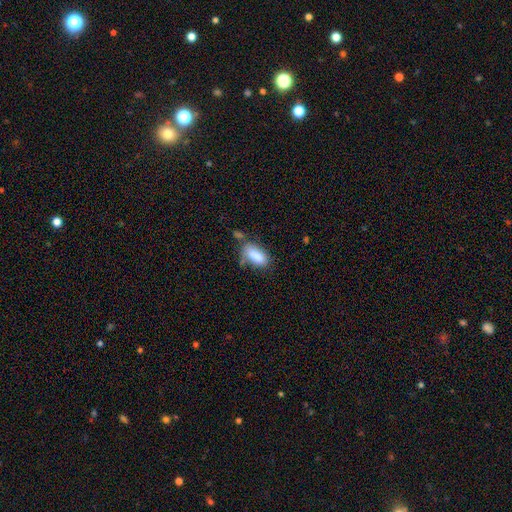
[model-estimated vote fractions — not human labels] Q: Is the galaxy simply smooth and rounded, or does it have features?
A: smooth — 85%.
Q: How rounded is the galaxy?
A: in between — 92%.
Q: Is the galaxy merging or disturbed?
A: none — 51%.